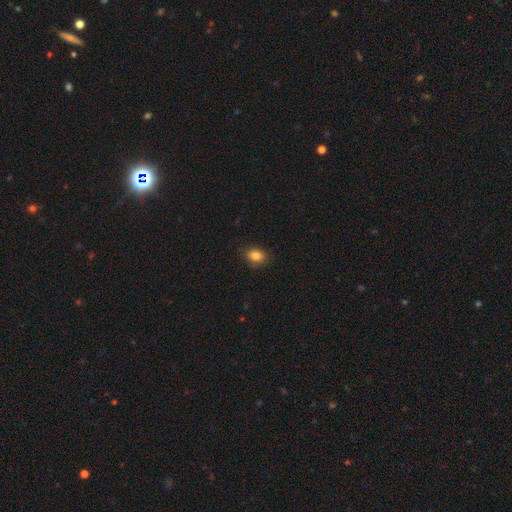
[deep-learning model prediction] This appears to be a smooth galaxy with no disk features (83%) that is in between round and cigar-shaped (65%). Merging: none (83%).